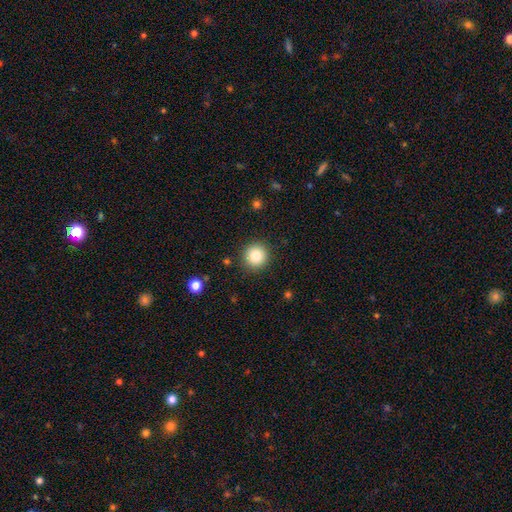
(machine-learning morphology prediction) A smooth galaxy with no disk features (83%) that is round (95%).

Vote fractions:
- Smooth or featured? smooth: 83% / star or artifact: 10% / featured or disk: 7%
- How rounded? round: 95% / in between: 4% / cigar-shaped: 1%
- Merging? none: 91% / minor disturbance: 6% / major disturbance: 2% / merger: 1%